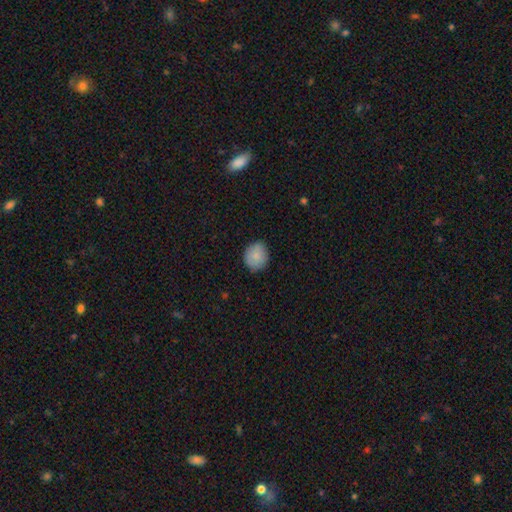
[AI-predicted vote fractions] Q: Smooth or featured?
A: smooth (86%); runner-up: star or artifact (7%)
Q: How rounded?
A: round (70%); runner-up: in between (29%)
Q: Merging?
A: none (81%); runner-up: minor disturbance (16%)